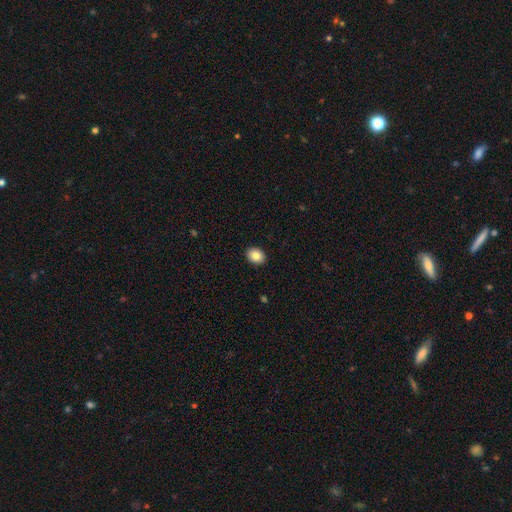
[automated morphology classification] Smooth or featured? smooth (85%)
How rounded? in between (58%)
Merging? none (91%)